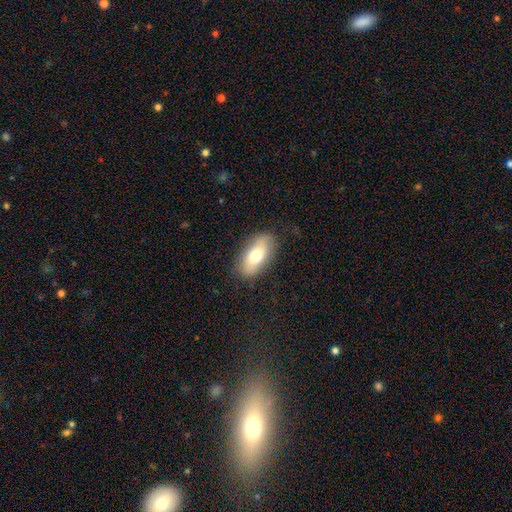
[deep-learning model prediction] Smooth or featured? smooth (70%)
How rounded? in between (88%)
Merging? none (83%)